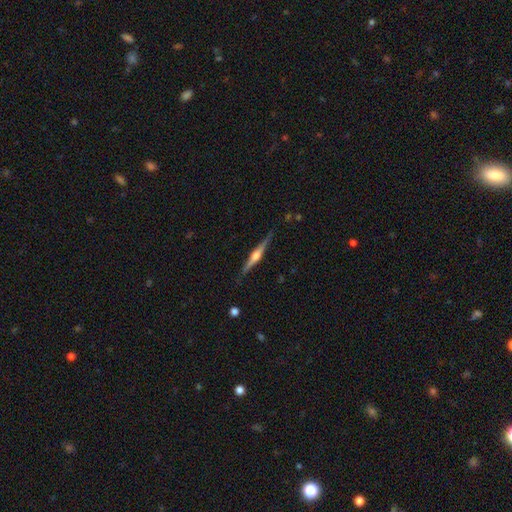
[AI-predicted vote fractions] smooth_or_featured: featured or disk (p=0.78) [alt: smooth p=0.17]
disk_edge_on: yes (p=0.98) [alt: no p=0.02]
edge_on_bulge: rounded (p=0.91) [alt: boxy p=0.06]
merging: none (p=0.87) [alt: minor disturbance p=0.10]